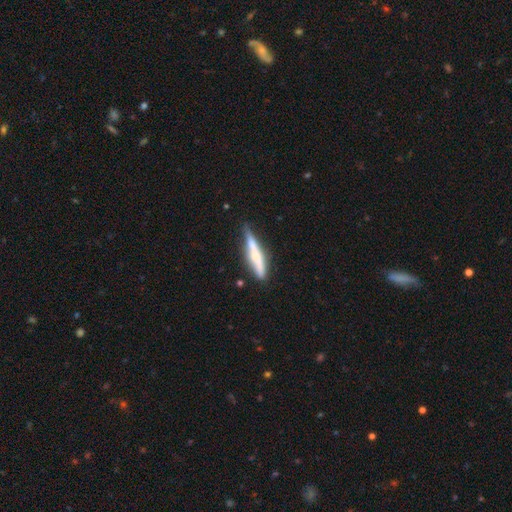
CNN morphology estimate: Smooth or featured? featured or disk (51%)
Edge-on disk? yes (92%)
Merging? none (71%)